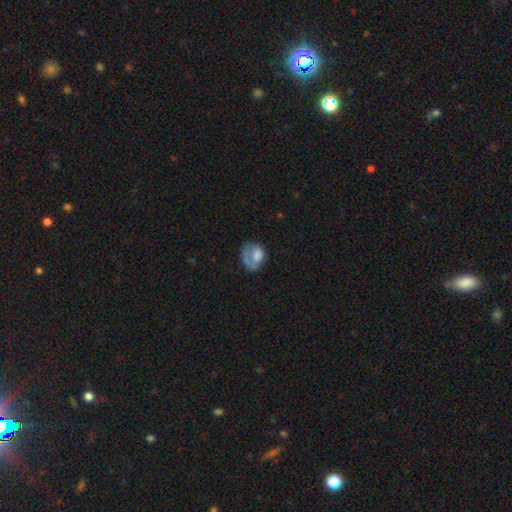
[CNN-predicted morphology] Smooth or featured? smooth (58%)
How rounded? in between (55%)
Merging? none (38%)